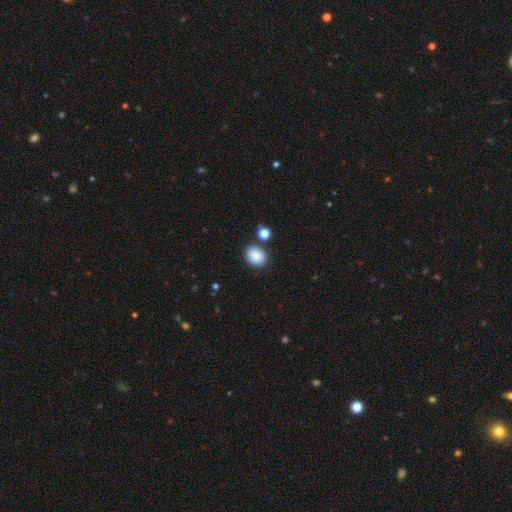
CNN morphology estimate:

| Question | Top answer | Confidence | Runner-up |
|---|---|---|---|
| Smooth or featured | smooth | 87% | star or artifact (9%) |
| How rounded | in between | 51% | round (48%) |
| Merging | none | 80% | minor disturbance (11%) |